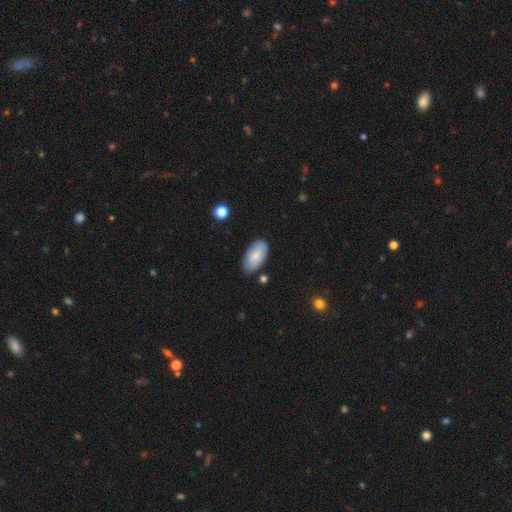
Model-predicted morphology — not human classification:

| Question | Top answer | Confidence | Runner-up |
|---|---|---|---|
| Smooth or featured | smooth | 79% | featured or disk (15%) |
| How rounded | in between | 95% | cigar-shaped (3%) |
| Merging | none | 79% | minor disturbance (16%) |